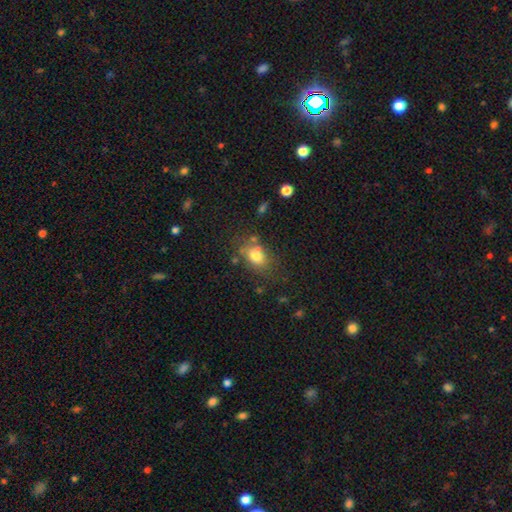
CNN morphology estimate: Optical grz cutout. It shows a smooth galaxy with no disk features (75%) that is in between round and cigar-shaped (71%). Merging: none (61%).